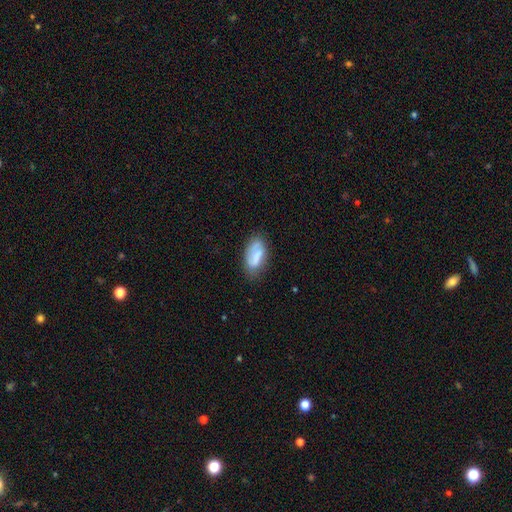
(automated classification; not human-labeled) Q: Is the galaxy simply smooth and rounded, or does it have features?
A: smooth — 69%.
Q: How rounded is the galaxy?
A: in between — 89%.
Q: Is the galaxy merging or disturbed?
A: none — 63%.